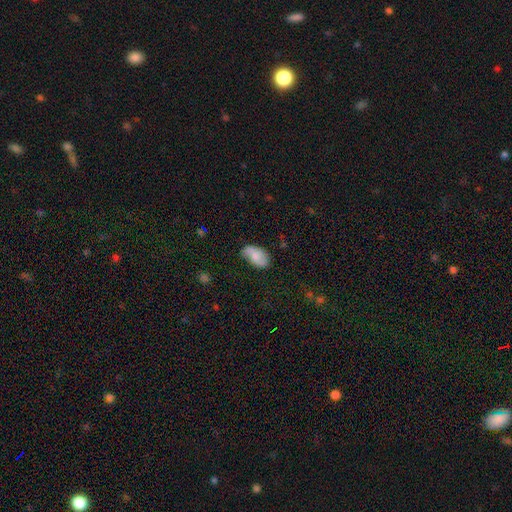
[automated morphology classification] Smooth or featured?
  - smooth: 66% *
  - featured or disk: 27%
  - star or artifact: 7%
How rounded?
  - in between: 93% *
  - round: 5%
  - cigar-shaped: 2%
Merging?
  - none: 60% *
  - minor disturbance: 29%
  - major disturbance: 8%
  - merger: 3%